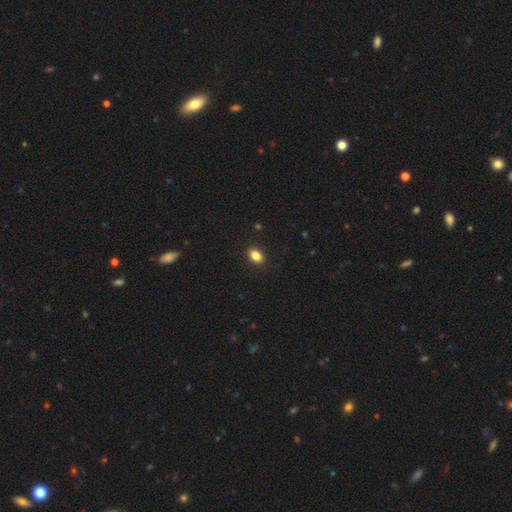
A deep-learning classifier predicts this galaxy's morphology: smooth_or_featured: smooth (p=0.84) [alt: star or artifact p=0.10]
how_rounded: in between (p=0.78) [alt: round p=0.20]
merging: none (p=0.89) [alt: minor disturbance p=0.08]